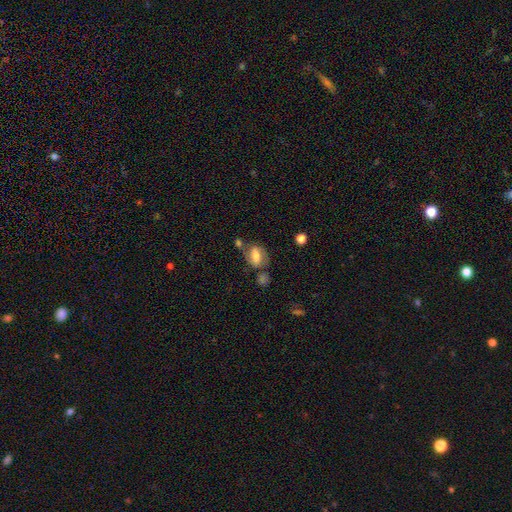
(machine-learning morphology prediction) A smooth galaxy with no disk features (56%) that is in between round and cigar-shaped (80%). Merging: none (47%).